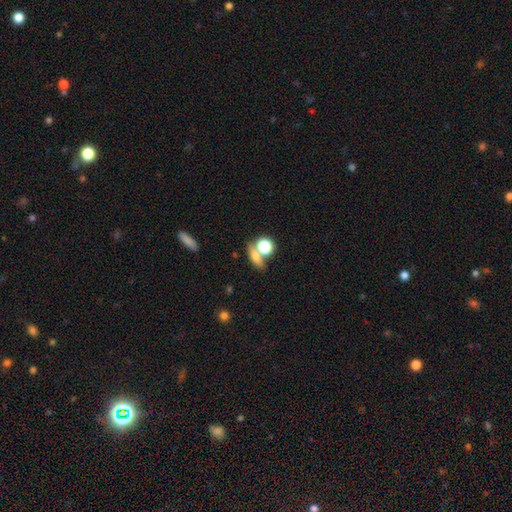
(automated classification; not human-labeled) A smooth galaxy with no disk features (66%) that is in between round and cigar-shaped (42%).

Vote fractions:
- Smooth or featured? smooth: 66% / featured or disk: 18% / star or artifact: 16%
- How rounded? in between: 42% / round: 36% / cigar-shaped: 22%
- Merging? none: 54% / merger: 31% / minor disturbance: 10% / major disturbance: 5%